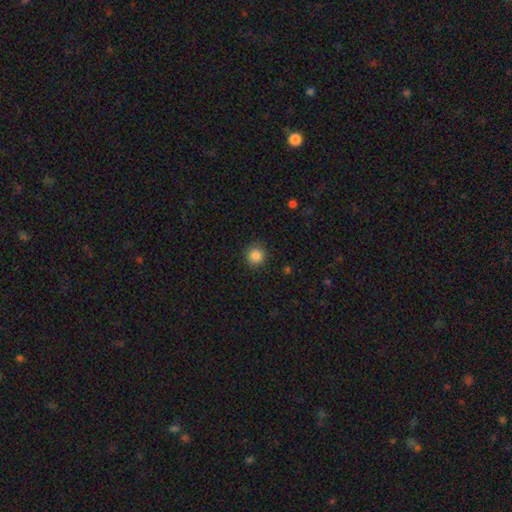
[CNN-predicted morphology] Smooth or featured? smooth (86%)
How rounded? round (93%)
Merging? none (90%)